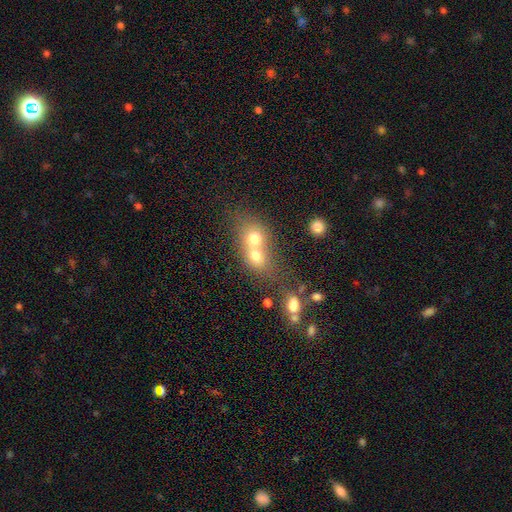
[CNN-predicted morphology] A smooth galaxy with no disk features (68%) that is round (61%). Merging: merger (69%).